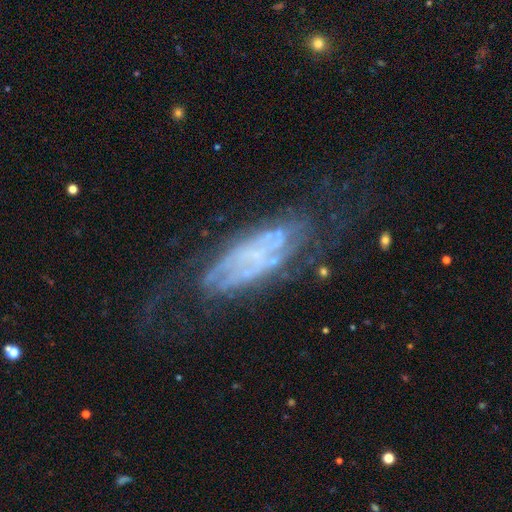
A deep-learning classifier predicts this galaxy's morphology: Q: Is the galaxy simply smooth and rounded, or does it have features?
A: featured or disk — 71%.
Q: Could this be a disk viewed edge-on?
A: no — 80%.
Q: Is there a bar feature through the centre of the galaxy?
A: no — 69%.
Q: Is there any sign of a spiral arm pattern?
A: yes — 62%.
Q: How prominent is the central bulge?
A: none — 63%.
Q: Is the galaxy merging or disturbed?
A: none — 47%.